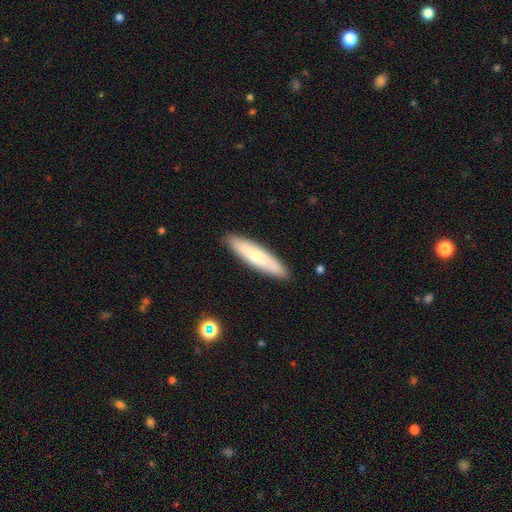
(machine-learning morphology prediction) Smooth or featured? Predicted: smooth (p=0.63). How rounded? Predicted: cigar-shaped (p=0.81). Merging? Predicted: none (p=0.89).